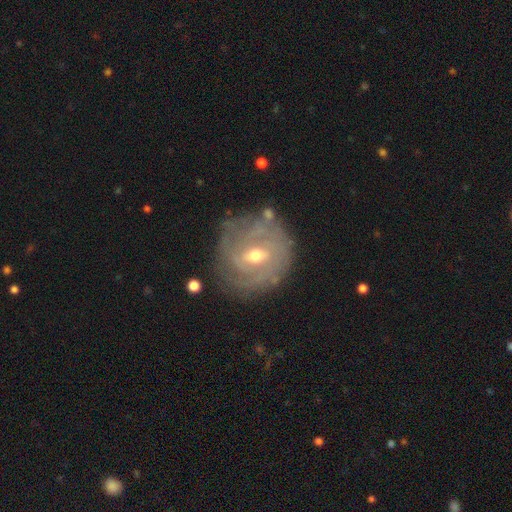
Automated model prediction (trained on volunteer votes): Morphology: type=featured or disk (78%); edge-on=no (96%); bar=weak (55%); spiral arms=yes (85%); winding=tight (69%); arm count=can't tell (45%); bulge=moderate (60%); merging=none (73%).